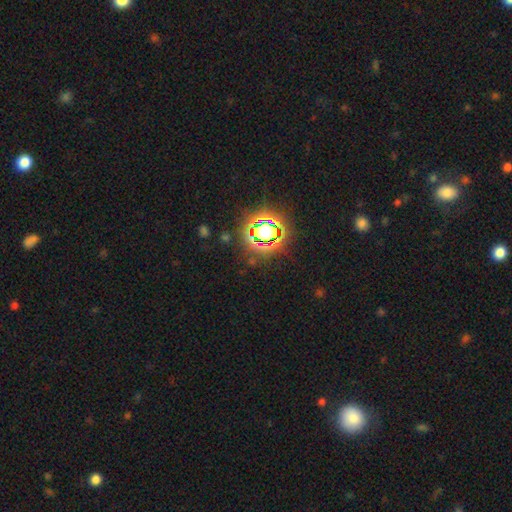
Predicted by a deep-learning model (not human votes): Smooth or featured?
  - star or artifact: 78% *
  - smooth: 15%
  - featured or disk: 8%